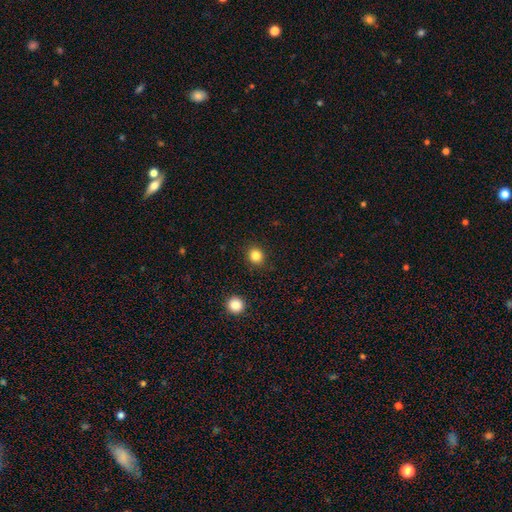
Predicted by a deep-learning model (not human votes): A smooth galaxy with no disk features (83%) that is round (84%). Merging: none (90%).